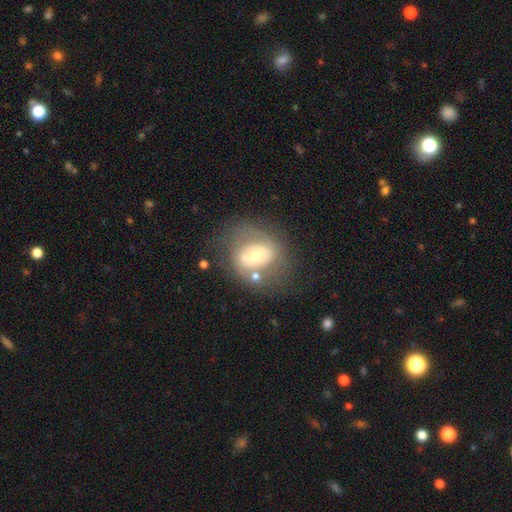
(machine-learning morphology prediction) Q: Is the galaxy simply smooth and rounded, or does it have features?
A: featured or disk — 58%.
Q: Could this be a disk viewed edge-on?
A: no — 95%.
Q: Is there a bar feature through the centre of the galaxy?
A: no — 58%.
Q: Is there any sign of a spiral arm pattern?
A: no — 63%.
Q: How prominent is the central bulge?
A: moderate — 61%.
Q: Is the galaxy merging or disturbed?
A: none — 57%.